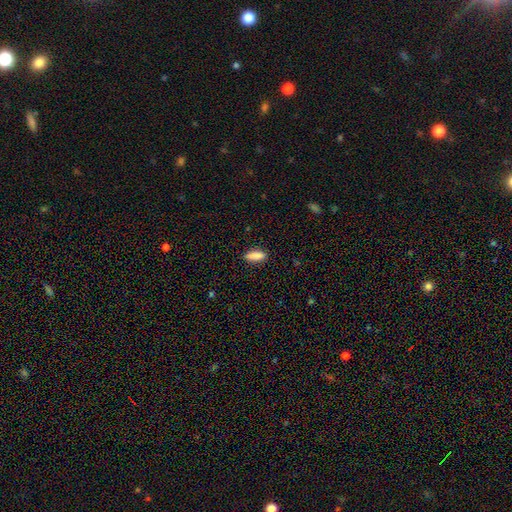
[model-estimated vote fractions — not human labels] smooth 88%, star or artifact 7%, featured or disk 5%. Down the decision tree: how rounded — in between (65%); merging — none (88%).